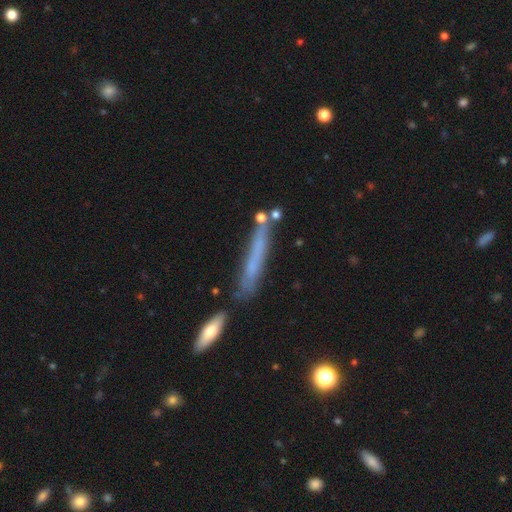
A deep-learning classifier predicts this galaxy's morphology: This appears to be a smooth galaxy with no disk features (53%) that is cigar-shaped (92%). Merging: none (72%).